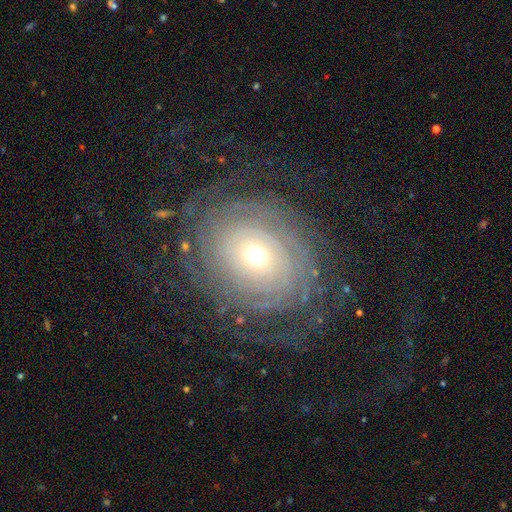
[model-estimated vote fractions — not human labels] smooth_or_featured: featured or disk (p=0.80) [alt: smooth p=0.12]
disk_edge_on: no (p=0.96) [alt: yes p=0.04]
bar: no (p=0.79) [alt: weak p=0.15]
has_spiral_arms: yes (p=0.90) [alt: no p=0.10]
spiral_winding: tight (p=0.80) [alt: medium p=0.14]
spiral_arm_count: can't tell (p=0.42) [alt: 2 p=0.16]
bulge_size: moderate (p=0.53) [alt: small p=0.38]
merging: none (p=0.75) [alt: minor disturbance p=0.14]